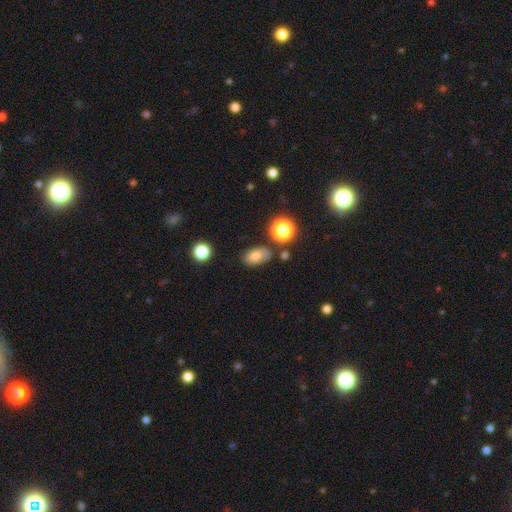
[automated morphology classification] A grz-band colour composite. It shows a smooth galaxy with no disk features (73%) that is in between round and cigar-shaped (86%). Merging: none (66%).